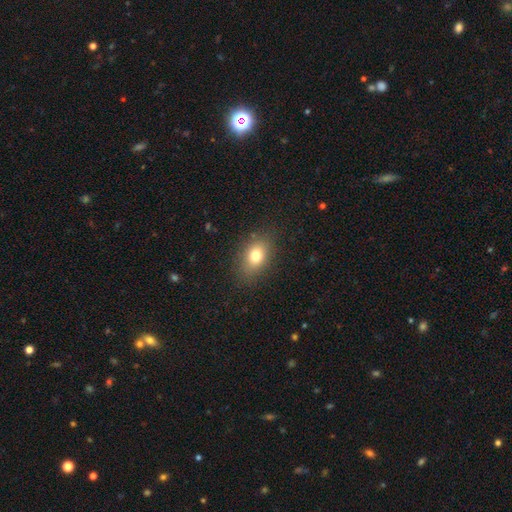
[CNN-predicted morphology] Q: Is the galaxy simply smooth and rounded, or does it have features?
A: smooth — 77%.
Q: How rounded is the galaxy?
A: in between — 76%.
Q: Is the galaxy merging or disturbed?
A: none — 84%.